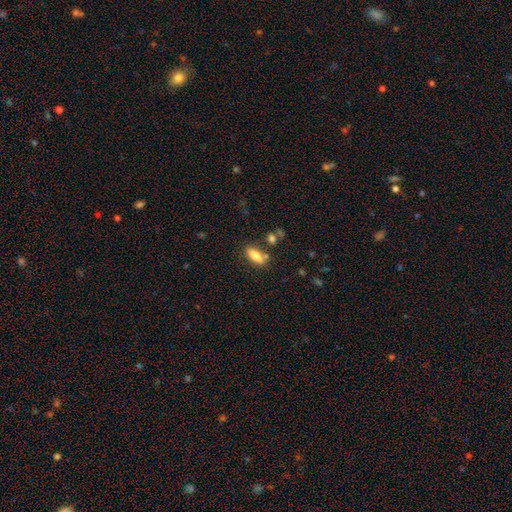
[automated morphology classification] type=smooth (82%); roundness=in between (73%); merging=none (74%).